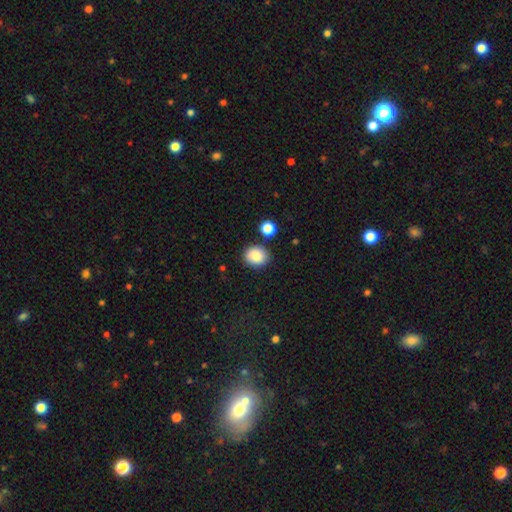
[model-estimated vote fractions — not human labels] This is clearly a smooth galaxy (87%). How rounded: likely round (62%). Merging: likely none (80%).